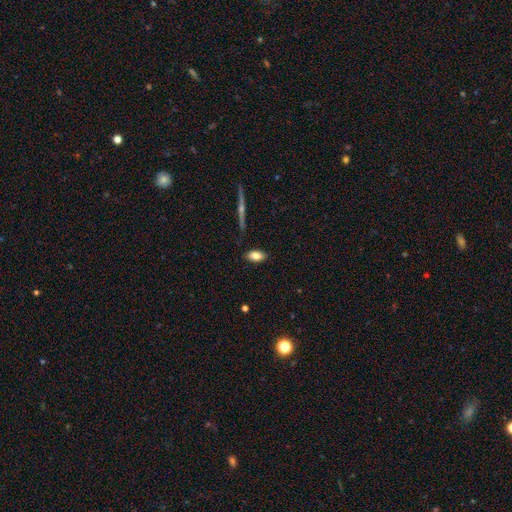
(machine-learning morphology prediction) type=smooth (78%); roundness=in between (89%); merging=none (86%).